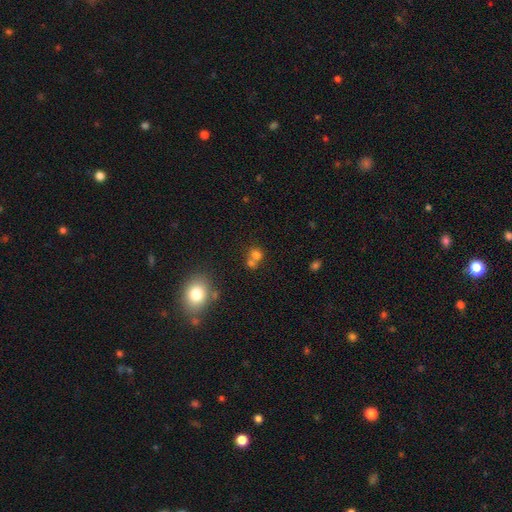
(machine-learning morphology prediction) Smooth or featured? Predicted: smooth (p=0.72). How rounded? Predicted: round (p=0.79). Merging? Predicted: merger (p=0.45).